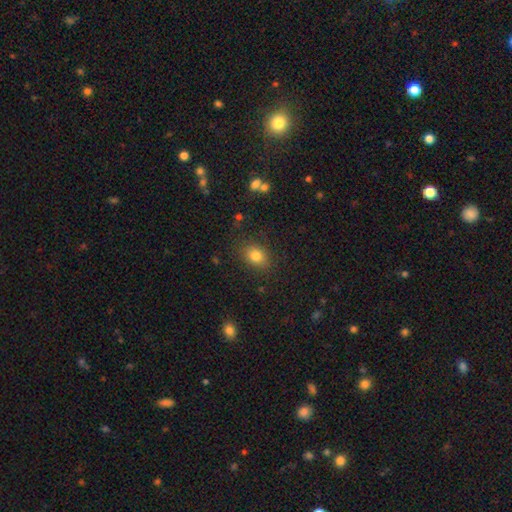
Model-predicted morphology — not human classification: smooth 81%, star or artifact 12%, featured or disk 8%. Down the decision tree: how rounded — in between (58%); merging — none (82%).